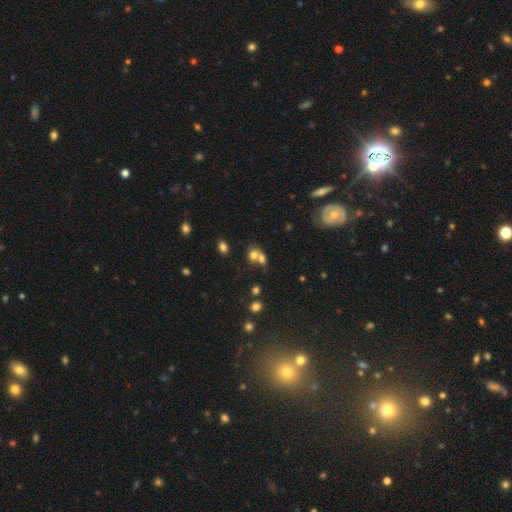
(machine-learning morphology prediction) A smooth galaxy with no disk features (69%) that is round (53%). Merging: merger (60%).